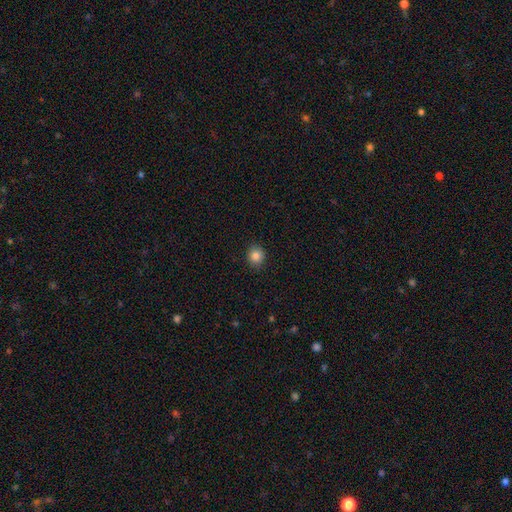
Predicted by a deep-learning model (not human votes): Smooth or featured?
  - smooth: 85% *
  - star or artifact: 11%
  - featured or disk: 5%
How rounded?
  - round: 82% *
  - in between: 17%
  - cigar-shaped: 1%
Merging?
  - none: 90% *
  - minor disturbance: 8%
  - major disturbance: 2%
  - merger: 1%